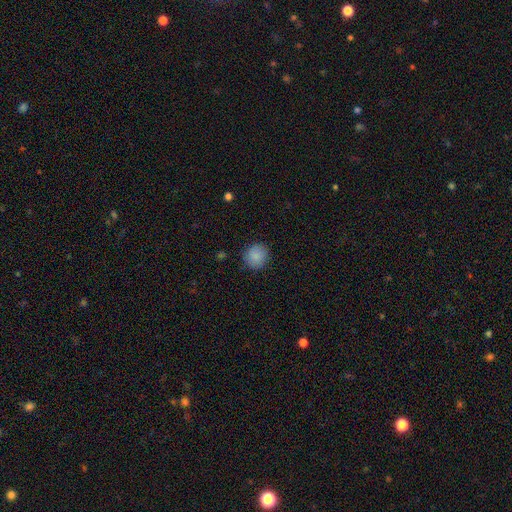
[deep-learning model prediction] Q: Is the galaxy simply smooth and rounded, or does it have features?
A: smooth — 88%.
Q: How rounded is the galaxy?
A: round — 88%.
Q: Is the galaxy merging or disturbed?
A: none — 87%.